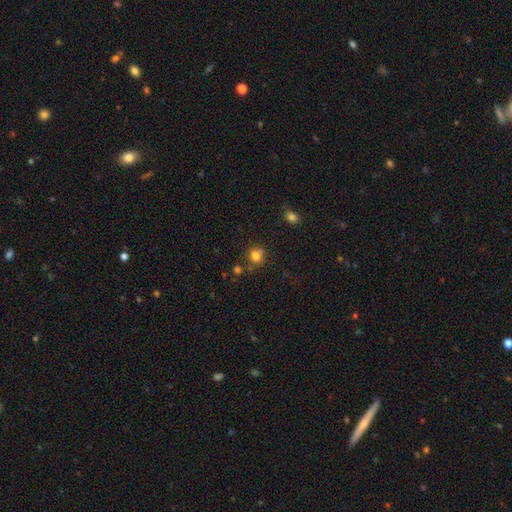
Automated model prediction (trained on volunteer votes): This is likely a smooth galaxy (78%). How rounded: clearly round (83%). Merging: likely none (67%).